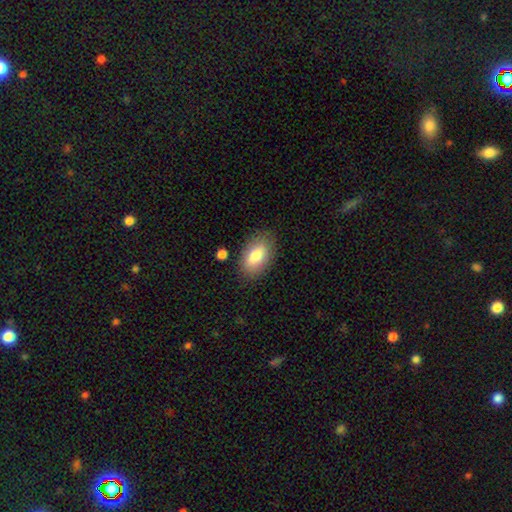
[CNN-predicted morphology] The model was most divided on "smooth or featured": smooth: 80%, featured or disk: 13%, star or artifact: 7%. More confident: how rounded — in between (92%); merging — none (82%).